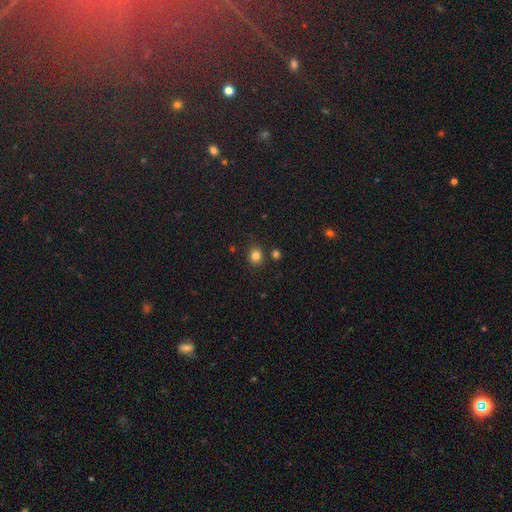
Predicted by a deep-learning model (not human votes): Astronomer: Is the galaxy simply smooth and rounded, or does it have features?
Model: smooth — 82%.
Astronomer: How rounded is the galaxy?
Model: round — 71%.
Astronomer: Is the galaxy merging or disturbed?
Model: none — 82%.